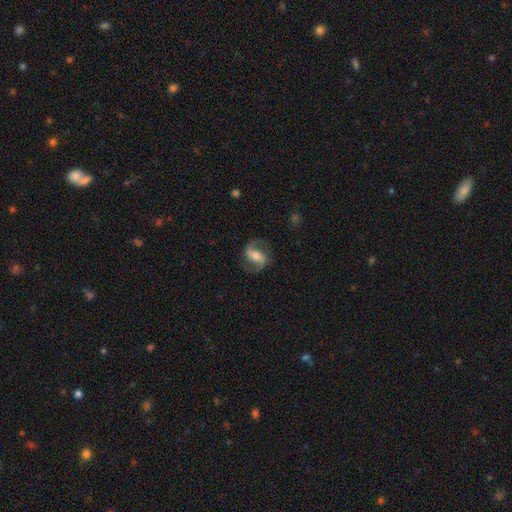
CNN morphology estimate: Q: Smooth or featured?
A: featured or disk (82%); runner-up: smooth (12%)
Q: Edge-on disk?
A: no (96%); runner-up: yes (4%)
Q: Bar?
A: strong (42%); runner-up: weak (36%)
Q: Spiral arms?
A: yes (94%); runner-up: no (6%)
Q: Spiral winding?
A: medium (44%); runner-up: loose (42%)
Q: Spiral arm count?
A: 2 (92%); runner-up: can't tell (3%)
Q: Bulge size?
A: moderate (62%); runner-up: small (26%)
Q: Merging?
A: none (80%); runner-up: minor disturbance (13%)